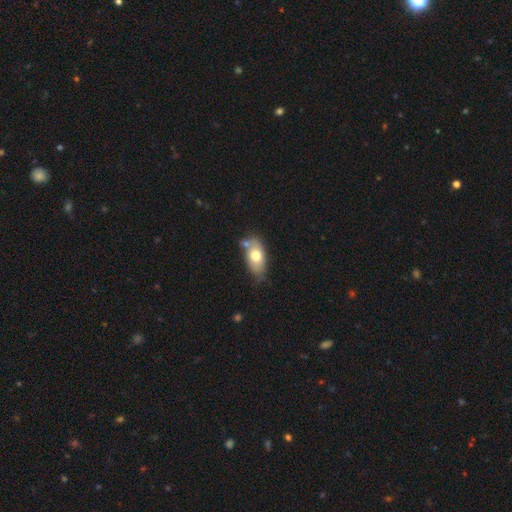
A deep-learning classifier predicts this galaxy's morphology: smooth_or_featured: smooth (p=0.71) [alt: featured or disk p=0.22]
how_rounded: in between (p=0.90) [alt: round p=0.06]
merging: none (p=0.59) [alt: minor disturbance p=0.23]